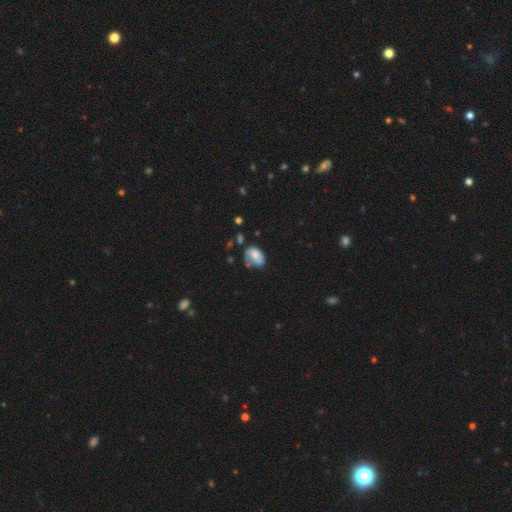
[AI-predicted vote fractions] Overall: smooth (48%; featured or disk 43%). Merging: none (32%; major disturbance 30%).